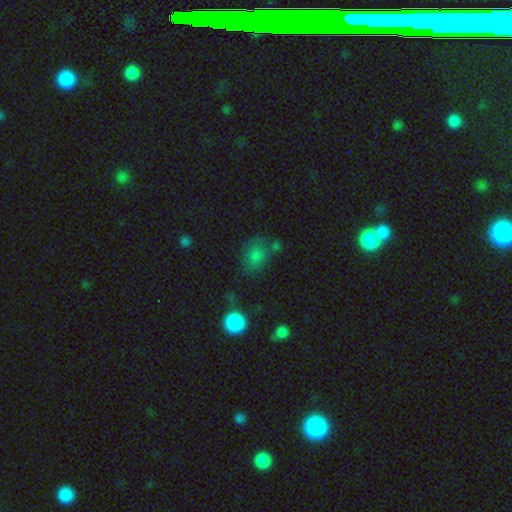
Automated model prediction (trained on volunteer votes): This is likely a smooth galaxy (76%). How rounded: possibly in between (54%). Merging: likely none (61%).